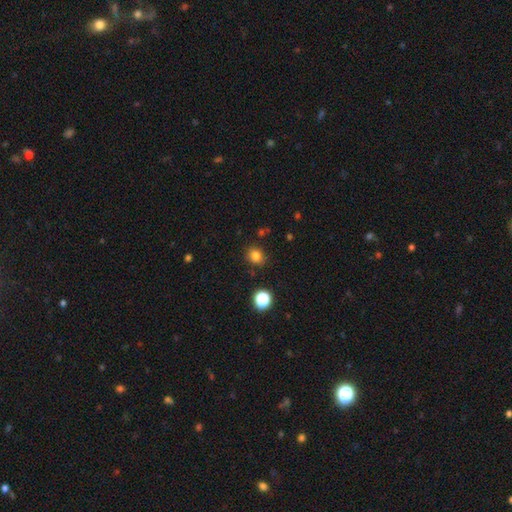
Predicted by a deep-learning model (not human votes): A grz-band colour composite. It shows a smooth galaxy with no disk features (80%) that is round (70%). Merging: none (84%).